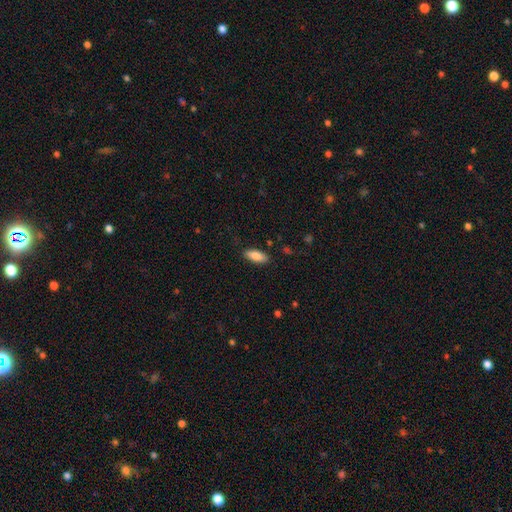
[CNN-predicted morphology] The model was most divided on "how rounded": in between: 82%, cigar-shaped: 17%, round: 2%. More confident: merging — none (86%); smooth or featured — smooth (85%).